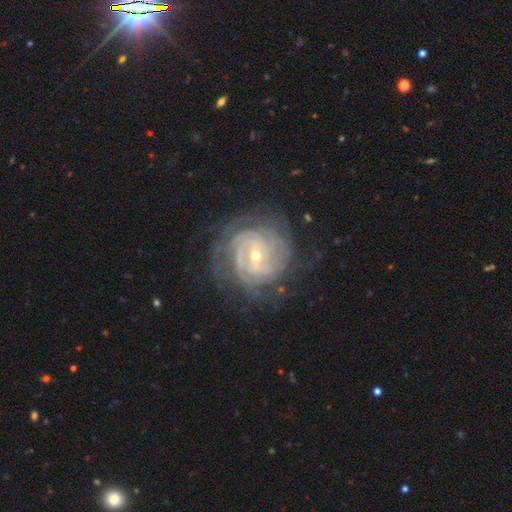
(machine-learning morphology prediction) Overall: featured or disk (88%). Edge-on disk: no (97%). Bar: weak (45%; no 35%). Spiral arms: yes (96%). Spiral arm count: can't tell (31%; 4 20%). Spiral winding: tight (78%). Bulge size: small (64%; moderate 33%). Merging: none (75%).